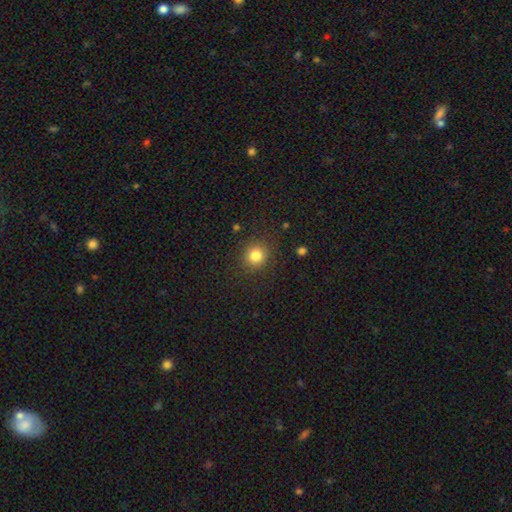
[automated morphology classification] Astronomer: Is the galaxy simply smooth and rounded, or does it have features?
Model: smooth — 82%.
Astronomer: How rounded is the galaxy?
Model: round — 87%.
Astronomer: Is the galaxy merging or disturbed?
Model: none — 88%.